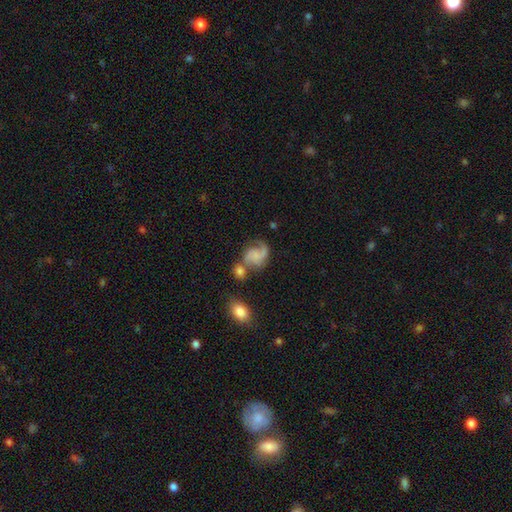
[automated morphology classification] This is likely a featured or disk galaxy (70%). It is clearly not viewed edge-on (98%). Bar: likely no (68%). Spiral arm pattern: clearly yes (93%). Spiral arm count: likely 2 (74%). Spiral winding: marginally medium (45%). Central bulge: possibly none (50%). Merging: marginally none (44%).